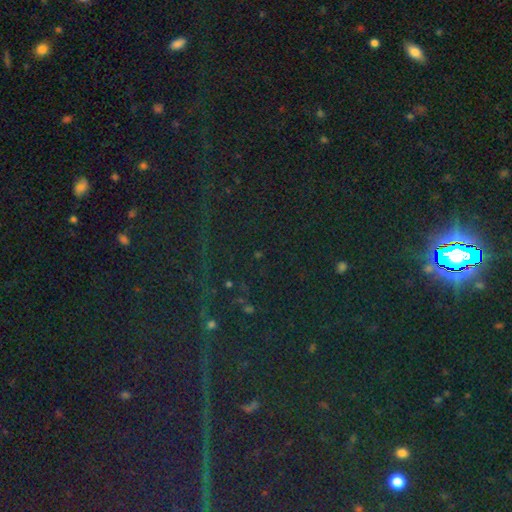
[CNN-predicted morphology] star or artifact 87%, smooth 7%, featured or disk 6%.